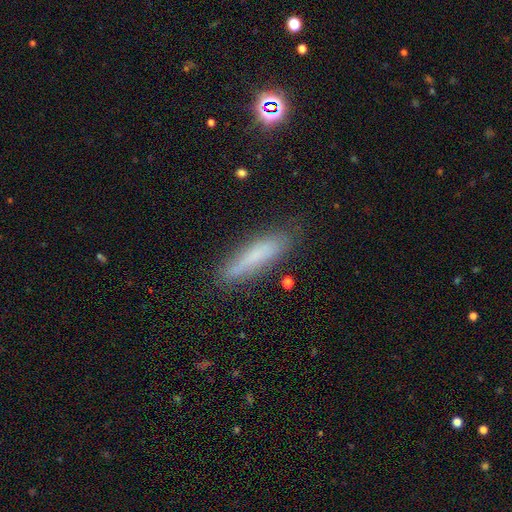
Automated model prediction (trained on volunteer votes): Smooth or featured? smooth (67%)
How rounded? cigar-shaped (81%)
Merging? none (78%)